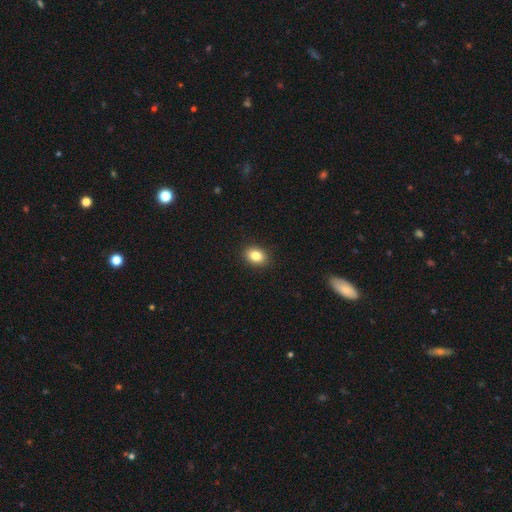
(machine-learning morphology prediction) A smooth galaxy with no disk features (85%) that is in between round and cigar-shaped (70%). Merging: none (90%).